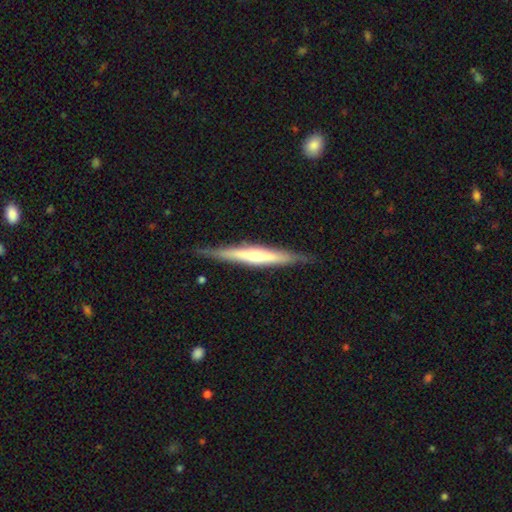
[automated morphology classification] Overall: featured or disk (61%; smooth 33%). Edge-on disk: yes (96%). Edge-on bulge: rounded (60%; none 26%). Merging: none (86%).